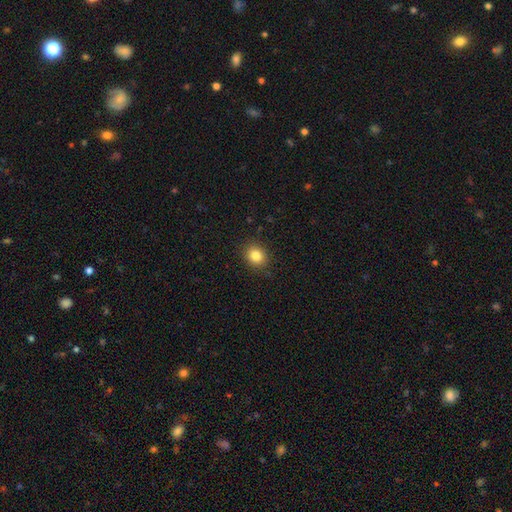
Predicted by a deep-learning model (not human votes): Smooth or featured? smooth (83%)
How rounded? round (68%)
Merging? none (88%)